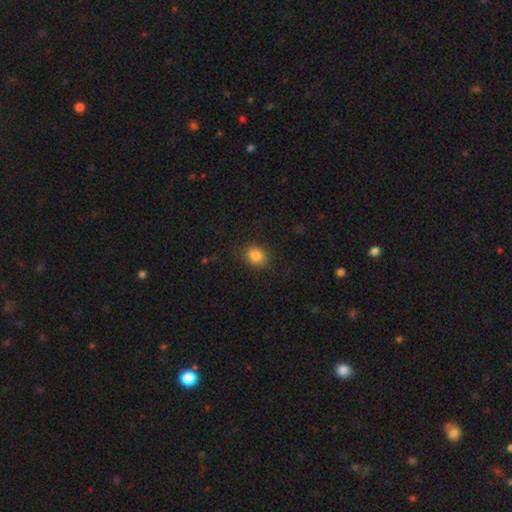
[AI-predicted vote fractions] Q: Smooth or featured?
A: smooth (84%); runner-up: star or artifact (10%)
Q: How rounded?
A: round (50%); runner-up: in between (49%)
Q: Merging?
A: none (85%); runner-up: minor disturbance (11%)